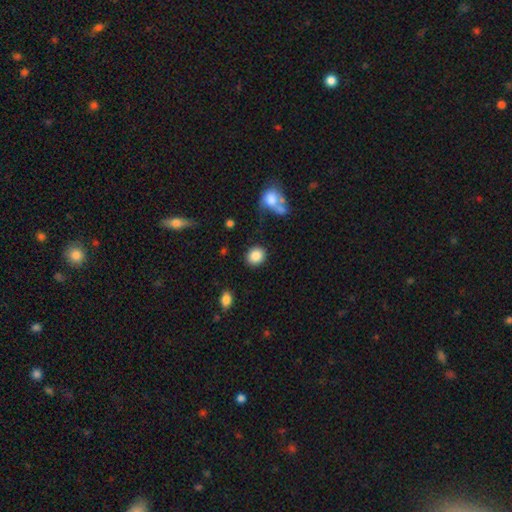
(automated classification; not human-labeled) The model was most divided on "how rounded": round: 71%, in between: 28%, cigar-shaped: 1%. More confident: smooth or featured — smooth (87%); merging — none (85%).